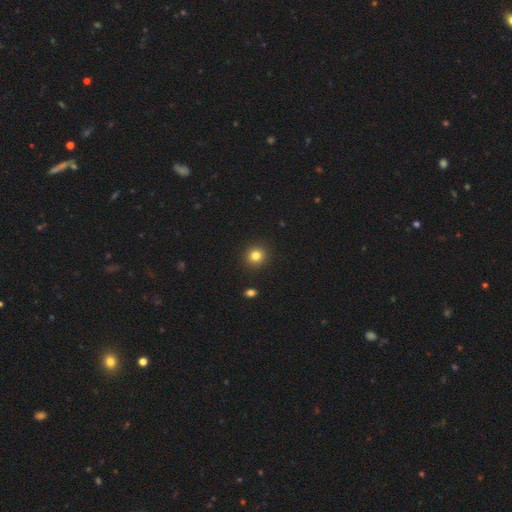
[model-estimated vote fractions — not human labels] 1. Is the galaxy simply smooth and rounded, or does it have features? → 82% smooth, 12% star or artifact, 6% featured or disk.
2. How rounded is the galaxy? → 90% round, 9% in between, 1% cigar-shaped.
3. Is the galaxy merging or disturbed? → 92% none, 5% minor disturbance, 2% major disturbance, 1% merger.